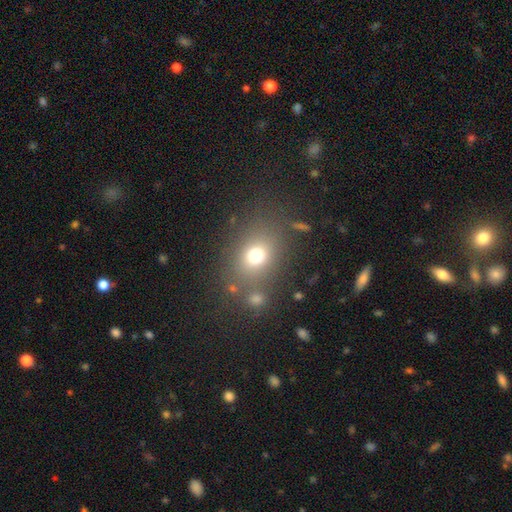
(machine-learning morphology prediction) The model was most divided on "how rounded": round: 50%, in between: 48%, cigar-shaped: 1%. More confident: merging — none (73%); smooth or featured — smooth (72%).